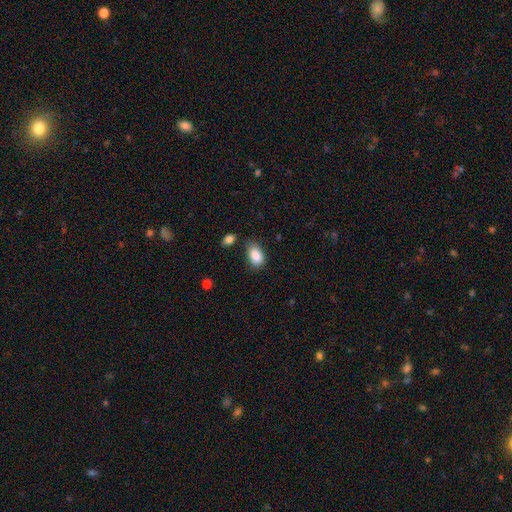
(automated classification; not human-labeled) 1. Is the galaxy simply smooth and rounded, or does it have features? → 88% smooth, 7% star or artifact, 4% featured or disk.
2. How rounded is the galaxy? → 91% in between, 8% round, 1% cigar-shaped.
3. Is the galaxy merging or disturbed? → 69% none, 22% minor disturbance, 5% major disturbance, 4% merger.